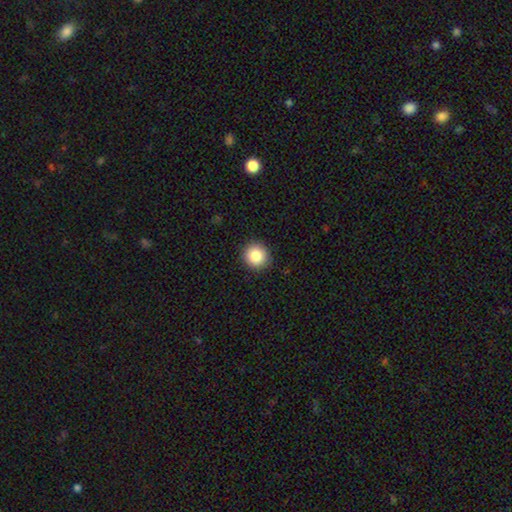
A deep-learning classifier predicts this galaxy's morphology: smooth 84%, star or artifact 10%, featured or disk 6%. Down the decision tree: how rounded — round (94%); merging — none (92%).